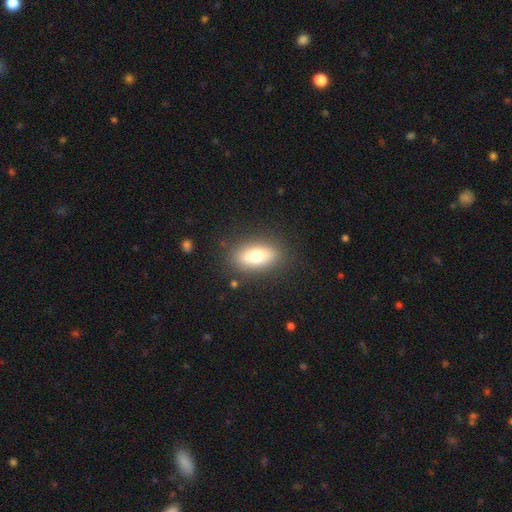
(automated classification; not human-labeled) Smooth or featured? smooth (69%)
How rounded? in between (83%)
Merging? none (84%)